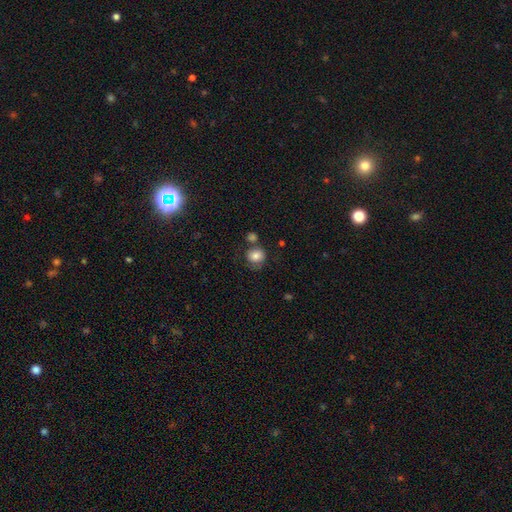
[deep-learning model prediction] Smooth or featured?
  - smooth: 80% *
  - featured or disk: 10%
  - star or artifact: 9%
How rounded?
  - round: 78% *
  - in between: 21%
  - cigar-shaped: 1%
Merging?
  - none: 57% *
  - minor disturbance: 18%
  - merger: 17%
  - major disturbance: 8%